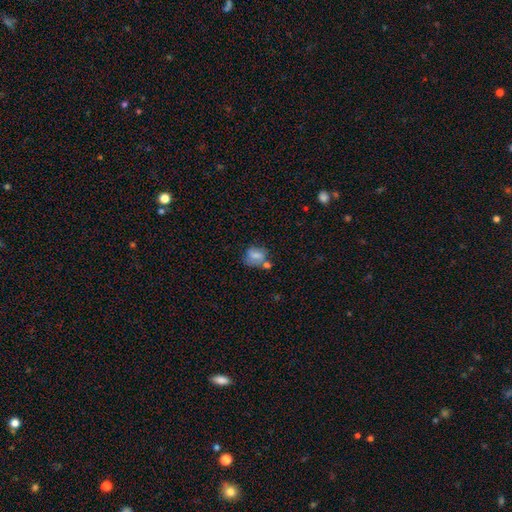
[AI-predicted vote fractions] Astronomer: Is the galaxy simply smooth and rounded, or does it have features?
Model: smooth — 68%.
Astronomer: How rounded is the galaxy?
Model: in between — 54% (runner-up: round, 44%).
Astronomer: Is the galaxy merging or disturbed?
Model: none — 43% (runner-up: merger, 24%).